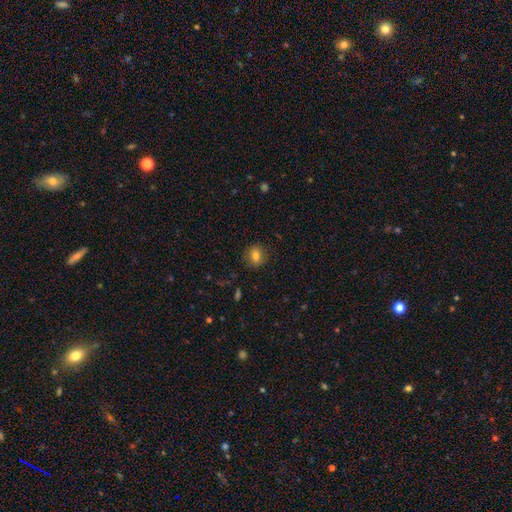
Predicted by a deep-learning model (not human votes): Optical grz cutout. It shows a smooth galaxy with no disk features (77%) that is round (70%). Merging: none (86%).